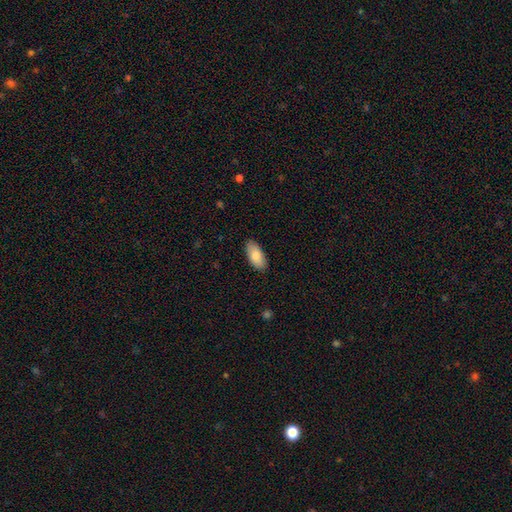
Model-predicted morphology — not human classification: smooth 85%, featured or disk 9%, star or artifact 6%. Down the decision tree: how rounded — in between (92%); merging — none (87%).